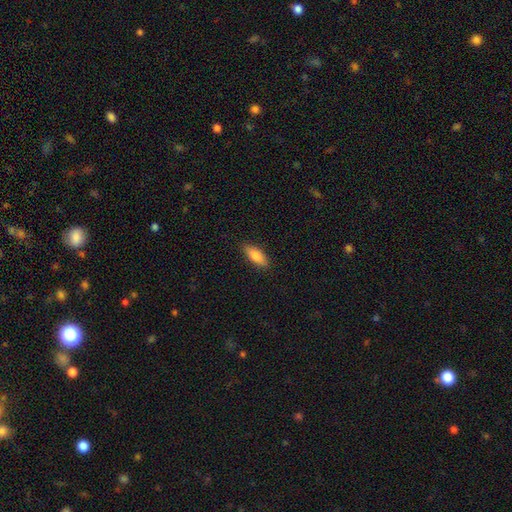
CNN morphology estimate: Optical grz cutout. It shows a smooth galaxy with no disk features (84%) that is in between round and cigar-shaped (72%). Merging: none (87%).